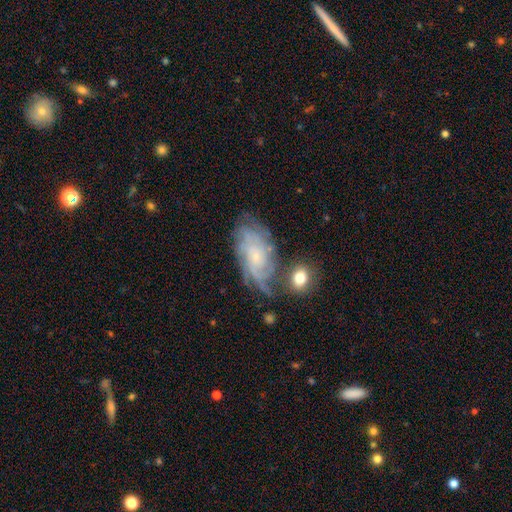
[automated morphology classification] Smooth or featured? featured or disk (78%)
Edge-on disk? no (95%)
Bar? no (75%)
Spiral arms? yes (94%)
Spiral winding? tight (61%)
Spiral arm count? can't tell (42%)
Bulge size? small (81%)
Merging? none (60%)